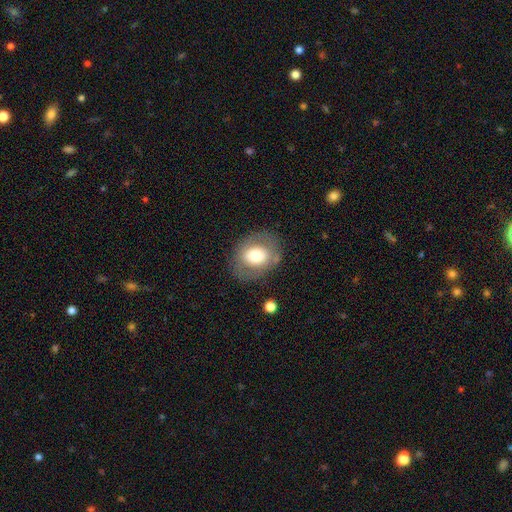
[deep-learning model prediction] Smooth or featured: smooth — 61% (featured or disk — 31%)
How rounded: in between — 52% (round — 47%)
Merging: none — 77% (minor disturbance — 13%)